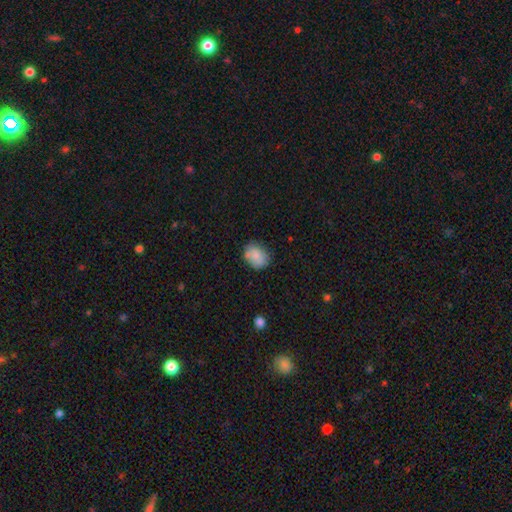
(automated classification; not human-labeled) A smooth galaxy with no disk features (83%) that is in between round and cigar-shaped (55%).

Vote fractions:
- Smooth or featured? smooth: 83% / featured or disk: 9% / star or artifact: 8%
- How rounded? in between: 55% / round: 44% / cigar-shaped: 1%
- Merging? none: 72% / minor disturbance: 20% / major disturbance: 4% / merger: 4%